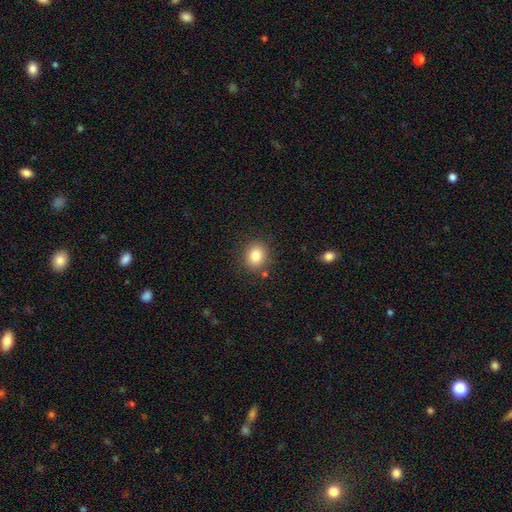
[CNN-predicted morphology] Smooth or featured: smooth — 83% (star or artifact — 10%)
How rounded: round — 62% (in between — 37%)
Merging: none — 85% (minor disturbance — 9%)